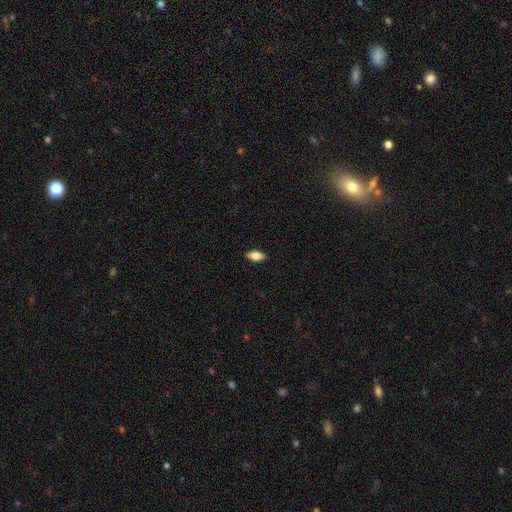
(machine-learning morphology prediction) Smooth or featured? smooth (73%)
How rounded? in between (84%)
Merging? none (88%)